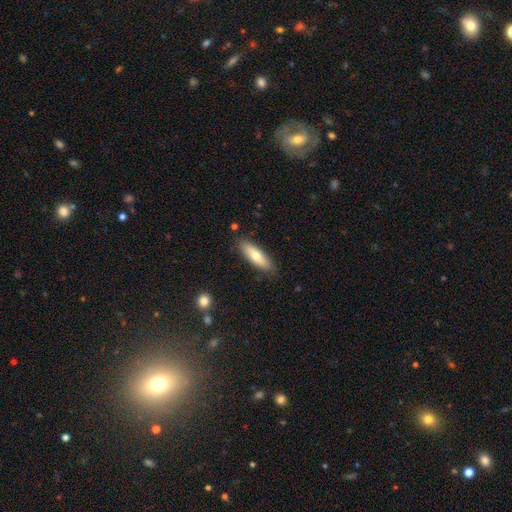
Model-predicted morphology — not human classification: Smooth or featured? smooth (65%)
How rounded? cigar-shaped (52%)
Merging? none (86%)